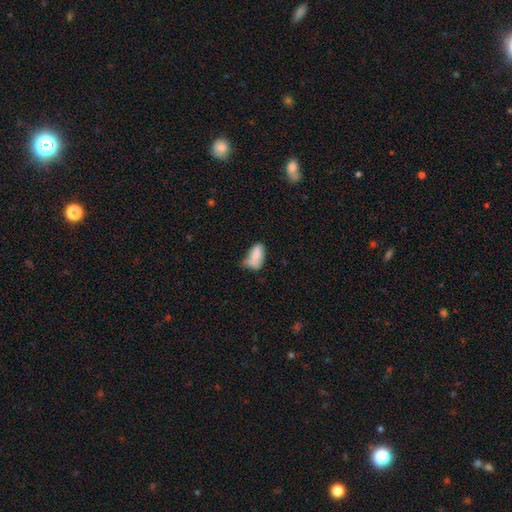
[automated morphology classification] smooth-or-featured: smooth: 75% | featured or disk: 17% | star or artifact: 9%
  how-rounded: in between: 91% | round: 6% | cigar-shaped: 3%
  merging: minor disturbance: 31% | none: 30% | merger: 24% | major disturbance: 15%